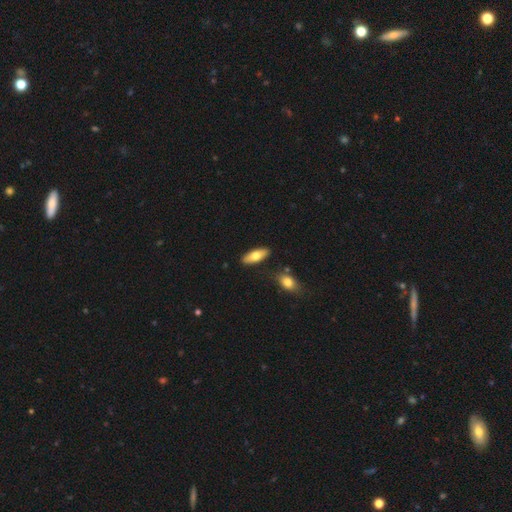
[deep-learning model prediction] smooth 70%, featured or disk 25%, star or artifact 5%. Down the decision tree: how rounded — in between (71%); merging — none (85%).